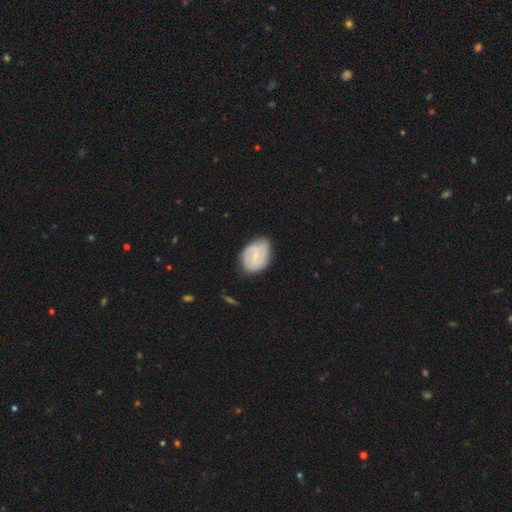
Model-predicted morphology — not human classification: smooth_or_featured: featured or disk (p=0.57) [alt: smooth p=0.37]
disk_edge_on: no (p=0.97) [alt: yes p=0.03]
bar: weak (p=0.46) [alt: no p=0.45]
has_spiral_arms: yes (p=0.83) [alt: no p=0.17]
bulge_size: small (p=0.71) [alt: moderate p=0.18]
merging: none (p=0.69) [alt: minor disturbance p=0.24]